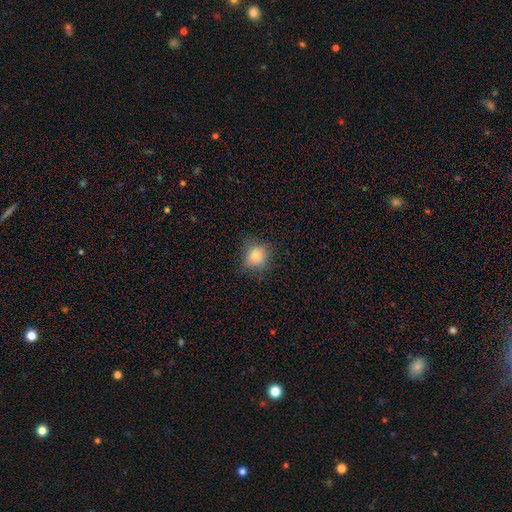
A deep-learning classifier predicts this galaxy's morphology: Smooth or featured?
  - smooth: 79% *
  - star or artifact: 12%
  - featured or disk: 9%
How rounded?
  - round: 80% *
  - in between: 18%
  - cigar-shaped: 1%
Merging?
  - none: 79% *
  - minor disturbance: 16%
  - major disturbance: 4%
  - merger: 1%